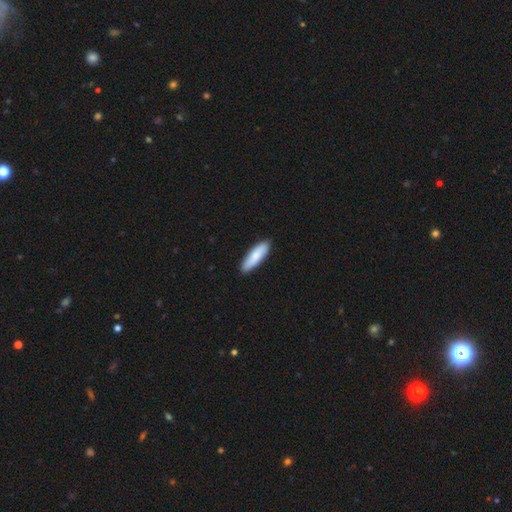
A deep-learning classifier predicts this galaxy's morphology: Q: Smooth or featured?
A: smooth (83%); runner-up: featured or disk (12%)
Q: How rounded?
A: cigar-shaped (58%); runner-up: in between (40%)
Q: Merging?
A: none (89%); runner-up: minor disturbance (8%)